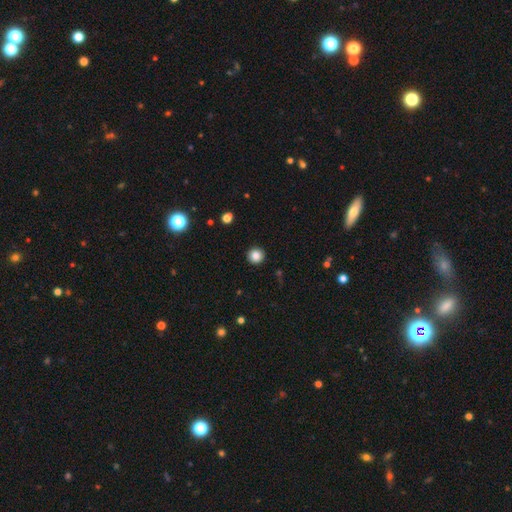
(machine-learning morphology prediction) Q: Smooth or featured?
A: smooth (85%); runner-up: star or artifact (11%)
Q: How rounded?
A: round (95%); runner-up: in between (4%)
Q: Merging?
A: none (93%); runner-up: minor disturbance (5%)